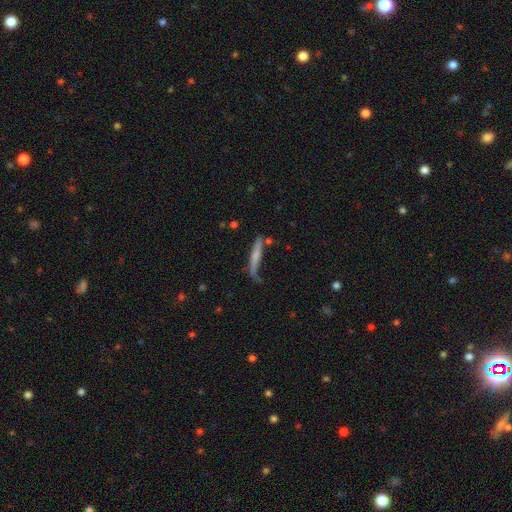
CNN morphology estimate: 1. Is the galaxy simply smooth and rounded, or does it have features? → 54% smooth, 39% featured or disk, 7% star or artifact.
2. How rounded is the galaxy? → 92% cigar-shaped, 6% in between, 2% round.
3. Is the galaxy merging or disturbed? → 54% none, 27% minor disturbance, 12% major disturbance, 8% merger.